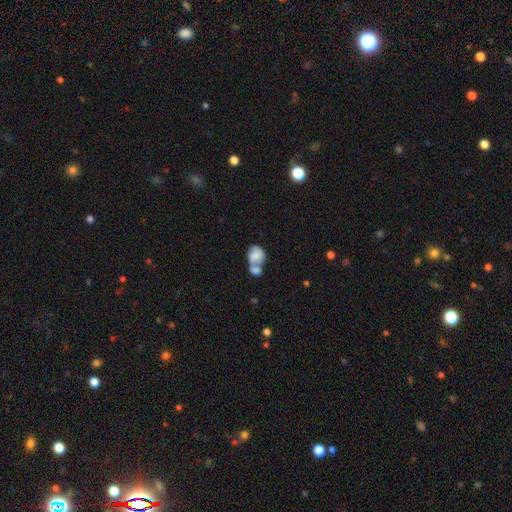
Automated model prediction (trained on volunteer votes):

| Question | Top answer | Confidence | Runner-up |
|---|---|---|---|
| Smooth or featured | smooth | 69% | featured or disk (23%) |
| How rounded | in between | 63% | round (36%) |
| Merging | merger | 71% | none (15%) |